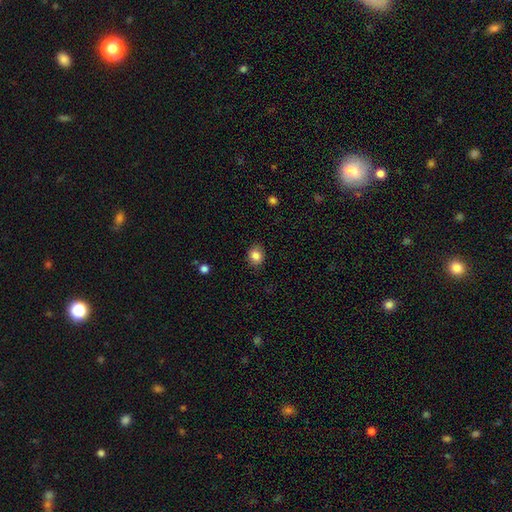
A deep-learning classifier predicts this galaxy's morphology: Overall: smooth (85%). How rounded: round (58%; in between 41%). Merging: none (87%).